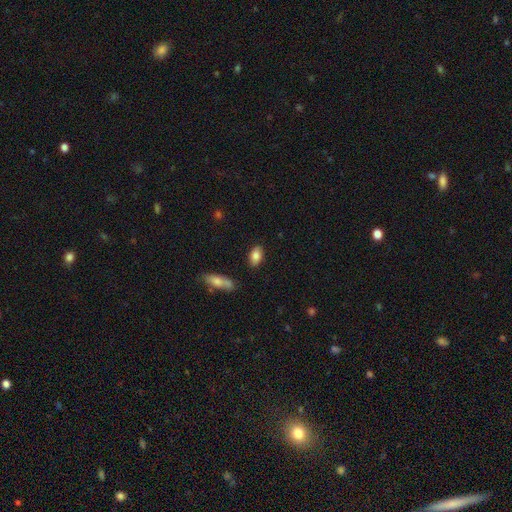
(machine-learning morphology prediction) Smooth or featured: smooth — 84% (featured or disk — 9%)
How rounded: in between — 91% (round — 6%)
Merging: none — 85% (minor disturbance — 10%)